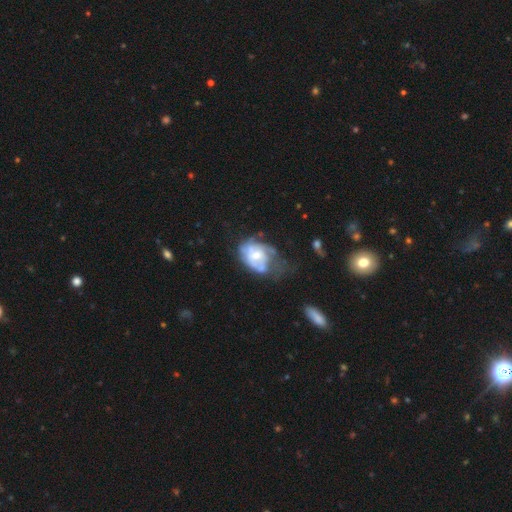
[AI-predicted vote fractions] Morphology: type=featured or disk (64%); edge-on=no (97%); bar=no (71%); spiral arms=yes (54%); bulge=moderate (50%); merging=major disturbance (38%).